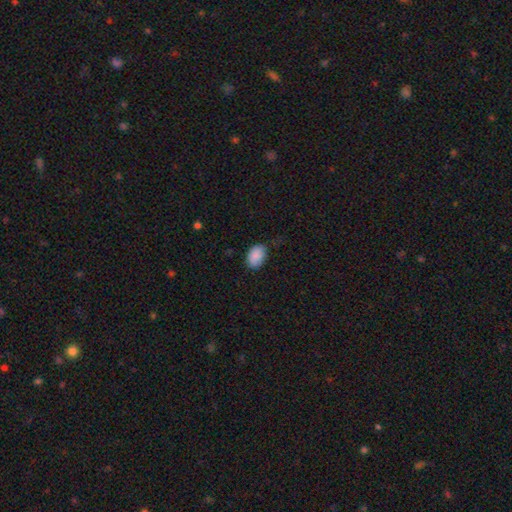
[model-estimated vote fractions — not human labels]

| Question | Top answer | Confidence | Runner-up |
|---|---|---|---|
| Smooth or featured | smooth | 89% | star or artifact (7%) |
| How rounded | in between | 87% | round (12%) |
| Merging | none | 78% | minor disturbance (18%) |